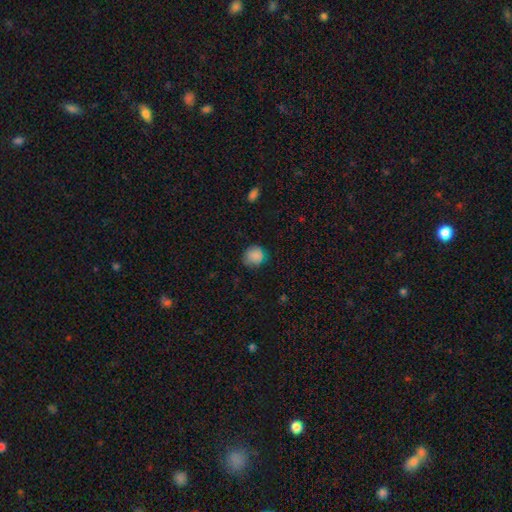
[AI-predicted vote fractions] Smooth or featured? smooth (85%)
How rounded? round (86%)
Merging? none (75%)